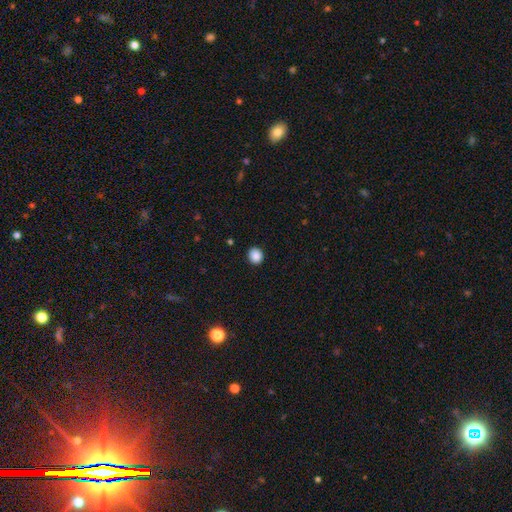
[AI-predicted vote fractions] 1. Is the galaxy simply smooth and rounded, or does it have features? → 88% smooth, 9% star or artifact, 2% featured or disk.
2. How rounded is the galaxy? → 82% round, 17% in between, 1% cigar-shaped.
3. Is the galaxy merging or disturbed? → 91% none, 6% minor disturbance, 2% major disturbance, 1% merger.